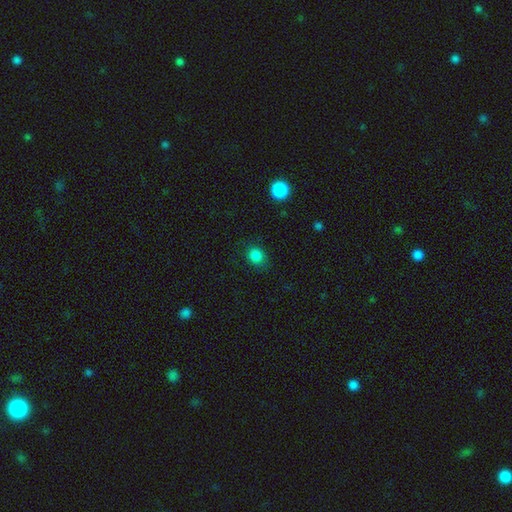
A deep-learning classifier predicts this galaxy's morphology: Smooth or featured? Predicted: smooth (p=0.84). How rounded? Predicted: round (p=0.69). Merging? Predicted: none (p=0.80).